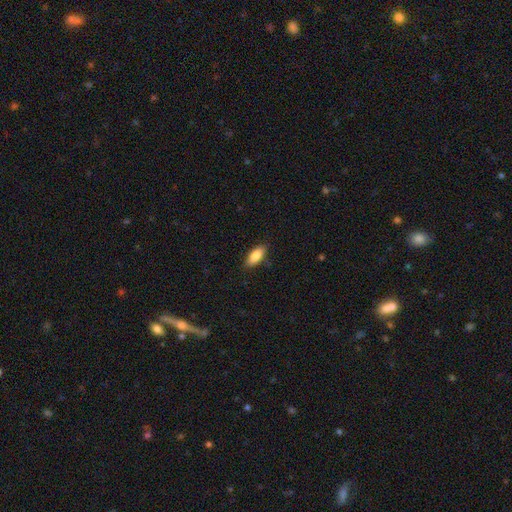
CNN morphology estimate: The model was most divided on "how rounded": in between: 83%, cigar-shaped: 15%, round: 2%. More confident: smooth or featured — smooth (86%); merging — none (85%).